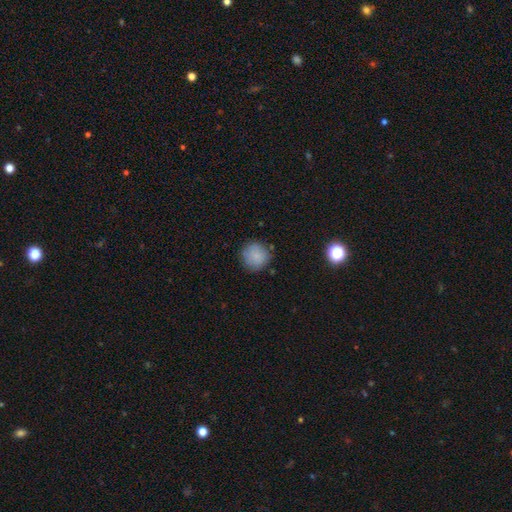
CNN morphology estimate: A smooth galaxy with no disk features (83%) that is round (93%).

Vote fractions:
- Smooth or featured? smooth: 83% / star or artifact: 9% / featured or disk: 8%
- How rounded? round: 93% / in between: 6% / cigar-shaped: 1%
- Merging? none: 81% / minor disturbance: 14% / major disturbance: 4% / merger: 2%